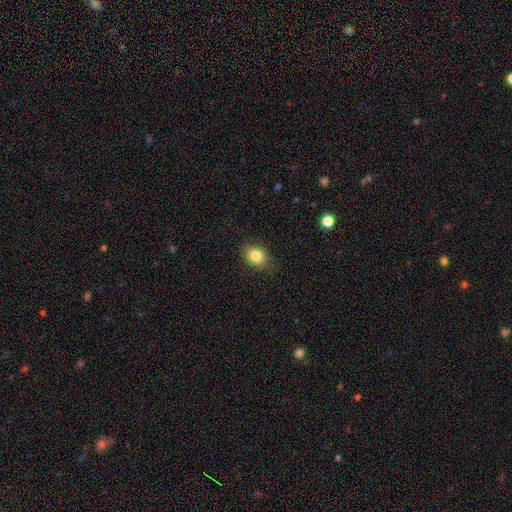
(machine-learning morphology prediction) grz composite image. It shows a smooth galaxy with no disk features (84%) that is in between round and cigar-shaped (51%). Merging: none (80%).